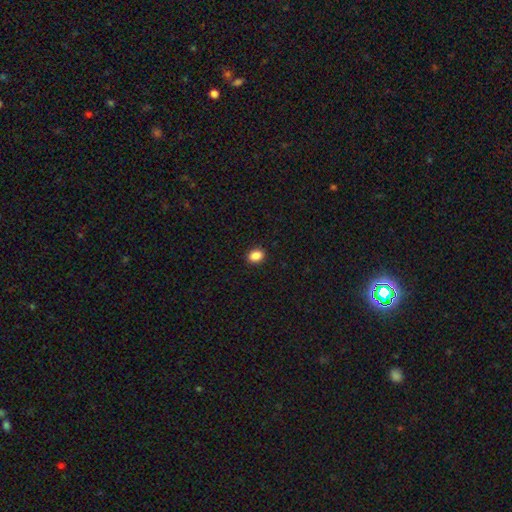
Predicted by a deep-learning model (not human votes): Smooth or featured?
  - smooth: 88% *
  - star or artifact: 9%
  - featured or disk: 3%
How rounded?
  - in between: 67% *
  - round: 32%
  - cigar-shaped: 1%
Merging?
  - none: 91% *
  - minor disturbance: 6%
  - major disturbance: 2%
  - merger: 1%